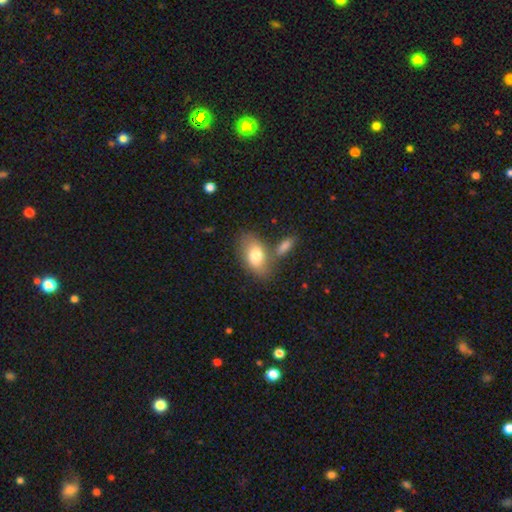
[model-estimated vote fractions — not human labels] Overall: smooth (73%). How rounded: in between (87%). Merging: none (58%; merger 22%).